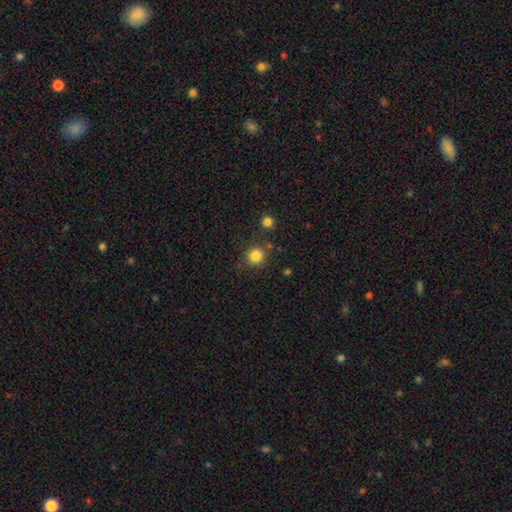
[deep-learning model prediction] Smooth or featured: smooth — 83% (star or artifact — 12%)
How rounded: round — 92% (in between — 7%)
Merging: none — 83% (minor disturbance — 8%)